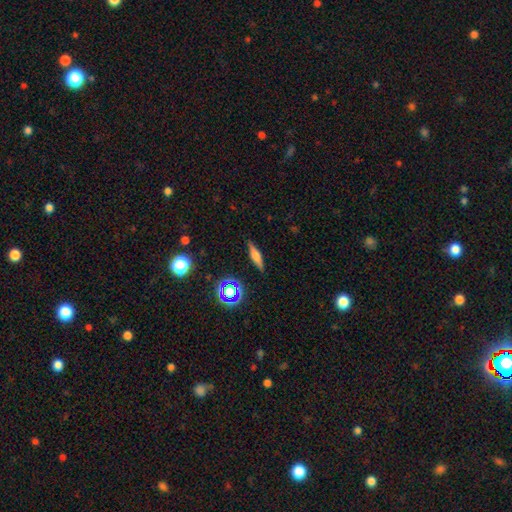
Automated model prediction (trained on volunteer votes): Overall: smooth (51%; featured or disk 37%). How rounded: cigar-shaped (70%). Merging: none (86%).